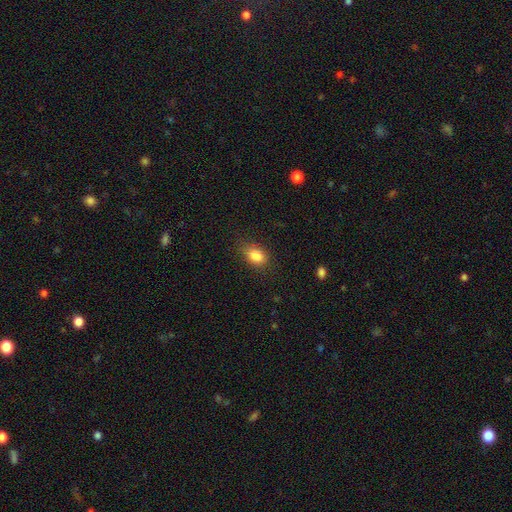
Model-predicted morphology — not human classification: smooth 86%, star or artifact 9%, featured or disk 5%. Down the decision tree: how rounded — in between (83%); merging — none (75%).